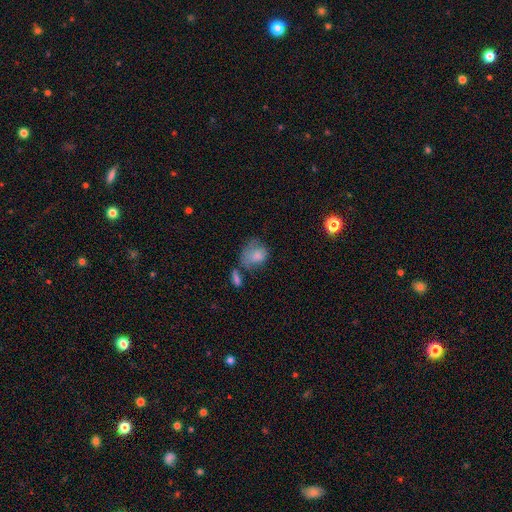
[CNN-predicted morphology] Smooth or featured? smooth (76%)
How rounded? in between (61%)
Merging? none (30%)